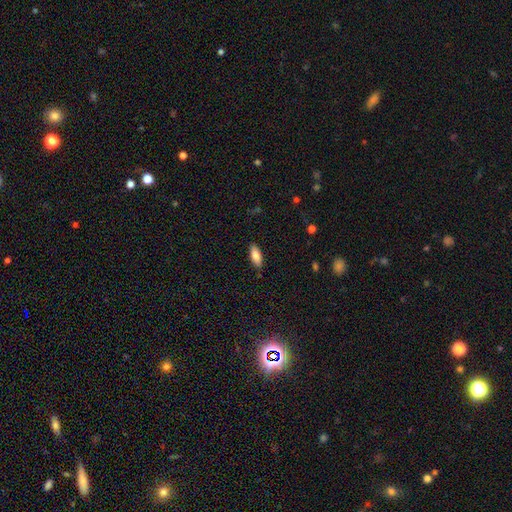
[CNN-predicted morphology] The model was most divided on "how rounded": in between: 79%, cigar-shaped: 19%, round: 2%. More confident: merging — none (87%); smooth or featured — smooth (84%).